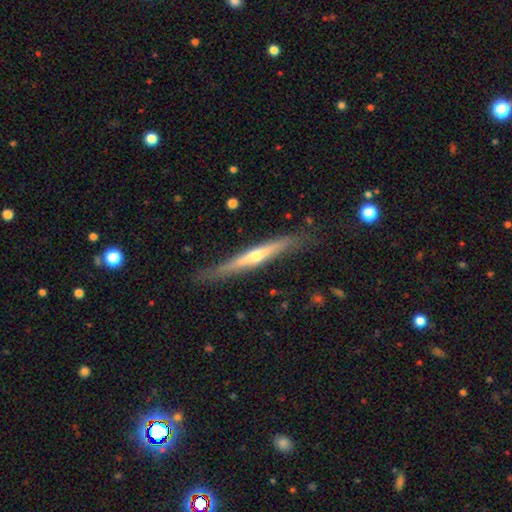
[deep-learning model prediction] This is likely a featured or disk galaxy (68%). It is clearly viewed edge-on (95%). Edge-on bulge: likely rounded (75%). Merging: clearly none (81%).